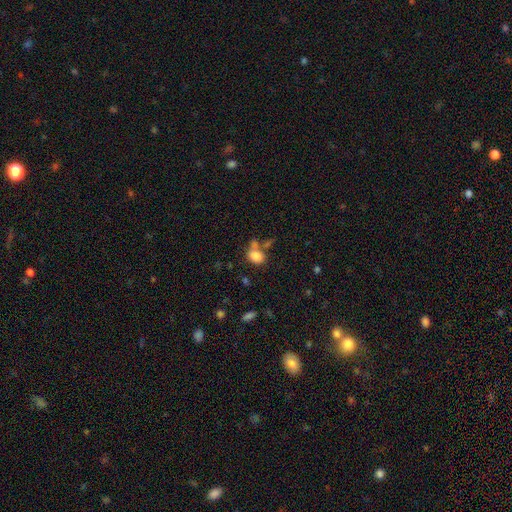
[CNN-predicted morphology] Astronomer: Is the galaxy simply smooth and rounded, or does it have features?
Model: smooth — 82%.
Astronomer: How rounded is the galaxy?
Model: in between — 66%.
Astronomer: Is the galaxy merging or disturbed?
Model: none — 48% (runner-up: merger, 30%).